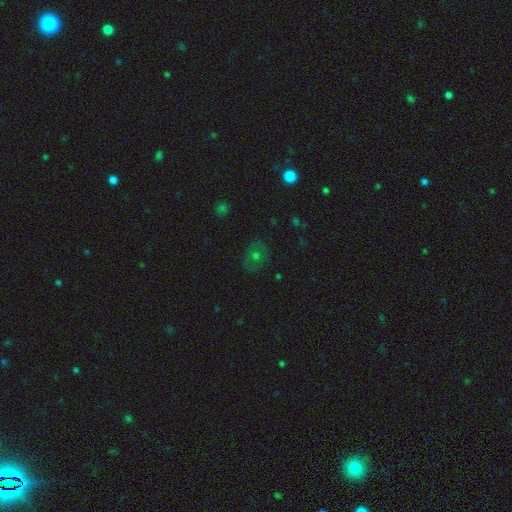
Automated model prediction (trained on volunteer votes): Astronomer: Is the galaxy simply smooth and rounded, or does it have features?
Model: smooth — 49% (runner-up: featured or disk, 26%).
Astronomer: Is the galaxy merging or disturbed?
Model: none — 78%.